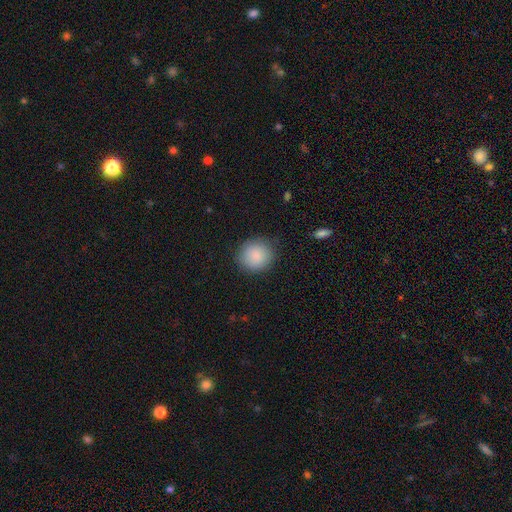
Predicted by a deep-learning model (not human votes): Smooth or featured: smooth — 88% (star or artifact — 7%)
How rounded: round — 88% (in between — 11%)
Merging: none — 86% (minor disturbance — 10%)